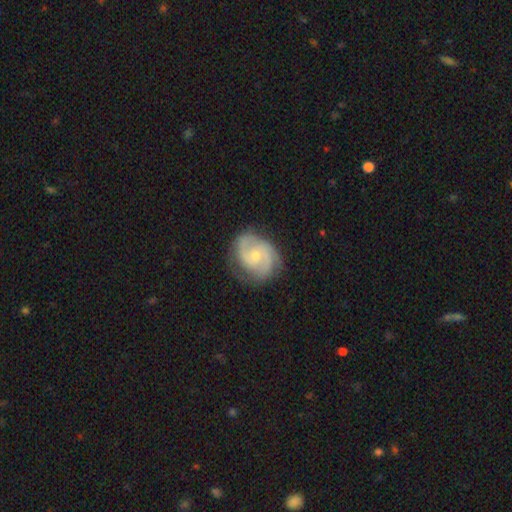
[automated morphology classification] The model was most divided on "spiral winding": tight: 46%, medium: 44%, loose: 10%. More confident: edge-on disk — no (98%); spiral arms — yes (96%); smooth or featured — featured or disk (83%); merging — none (75%); bar — no (61%); bulge size — small (60%); spiral arm count — 2 (52%).